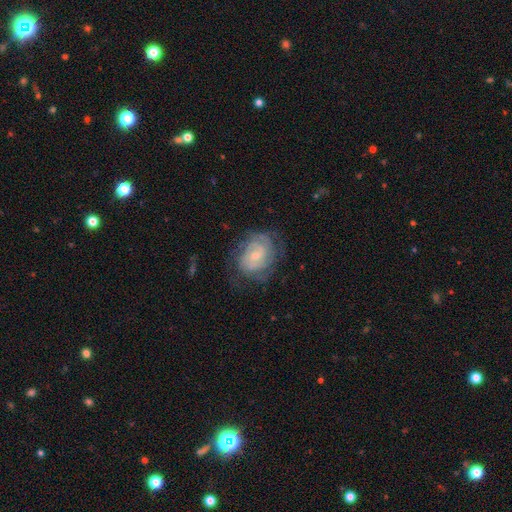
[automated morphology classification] Smooth or featured? featured or disk (74%)
Edge-on disk? no (97%)
Bar? no (51%)
Spiral arms? yes (90%)
Spiral winding? tight (60%)
Spiral arm count? can't tell (41%)
Bulge size? small (68%)
Merging? none (66%)